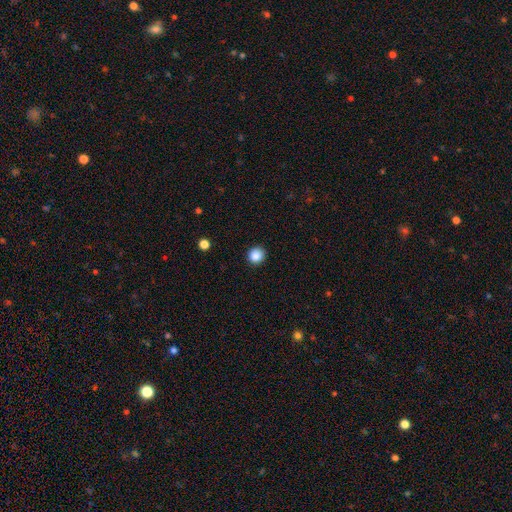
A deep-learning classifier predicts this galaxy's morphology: smooth 87%, star or artifact 10%, featured or disk 3%. Down the decision tree: how rounded — round (92%); merging — none (91%).